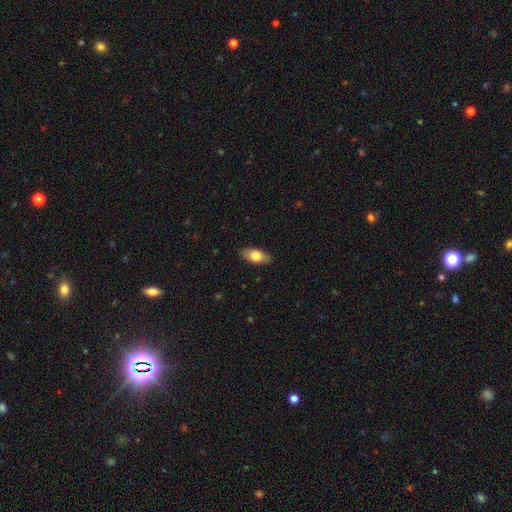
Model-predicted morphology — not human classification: A smooth galaxy with no disk features (74%) that is in between round and cigar-shaped (87%). Merging: none (87%).